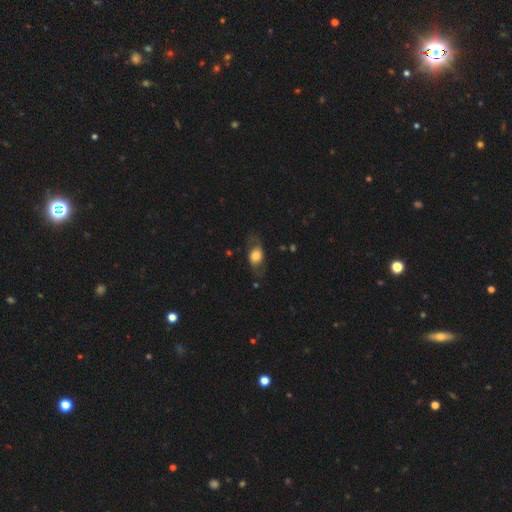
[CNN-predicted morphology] Smooth or featured: smooth — 52% (featured or disk — 41%)
How rounded: in between — 70% (round — 27%)
Merging: none — 66% (minor disturbance — 19%)